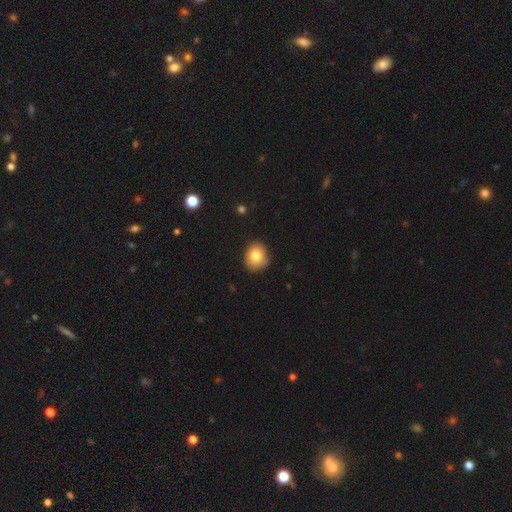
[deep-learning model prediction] smooth 80%, featured or disk 11%, star or artifact 9%. Down the decision tree: how rounded — round (69%); merging — none (78%).